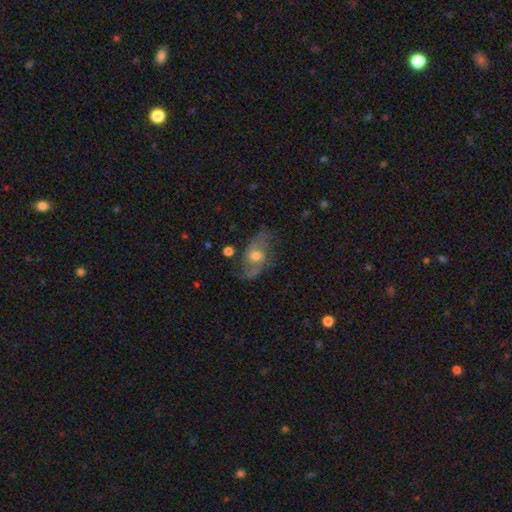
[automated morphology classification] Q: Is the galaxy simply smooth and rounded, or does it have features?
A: featured or disk — 62%.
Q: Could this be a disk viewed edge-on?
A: no — 93%.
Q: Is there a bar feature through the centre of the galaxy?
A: no — 56%.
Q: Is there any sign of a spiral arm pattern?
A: yes — 77%.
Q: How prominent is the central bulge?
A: moderate — 62%.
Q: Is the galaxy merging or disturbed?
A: none — 58%.